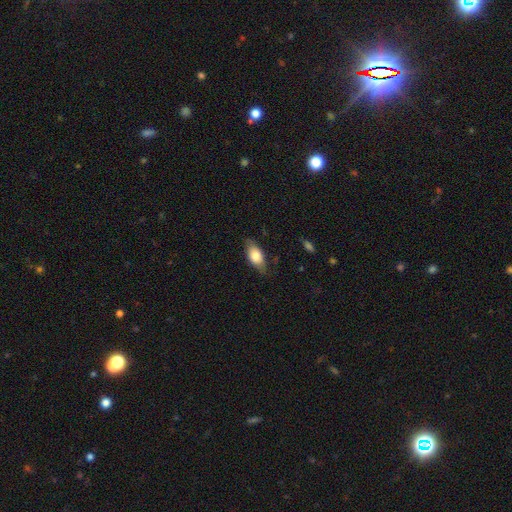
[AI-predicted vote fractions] smooth 74%, featured or disk 19%, star or artifact 6%. Down the decision tree: how rounded — in between (87%); merging — none (76%).